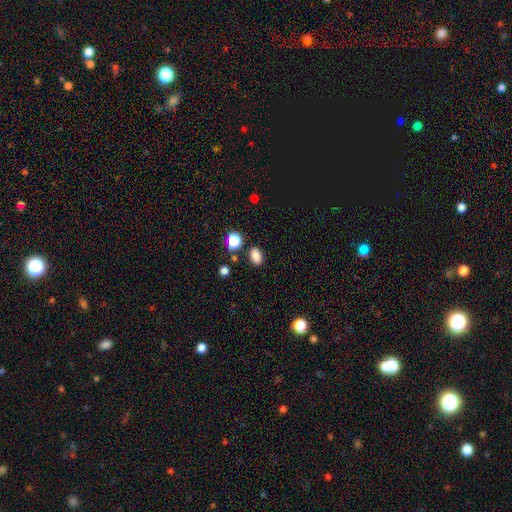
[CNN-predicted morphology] smooth-or-featured: smooth: 83% | star or artifact: 13% | featured or disk: 4%
  how-rounded: in between: 79% | round: 19% | cigar-shaped: 2%
  merging: none: 85% | minor disturbance: 9% | merger: 3% | major disturbance: 3%